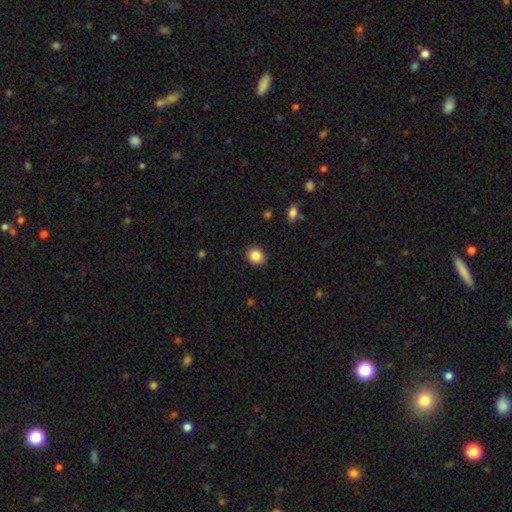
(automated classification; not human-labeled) A smooth galaxy with no disk features (87%) that is round (68%).

Vote fractions:
- Smooth or featured? smooth: 87% / star or artifact: 9% / featured or disk: 4%
- How rounded? round: 68% / in between: 31% / cigar-shaped: 1%
- Merging? none: 90% / minor disturbance: 7% / major disturbance: 2% / merger: 1%